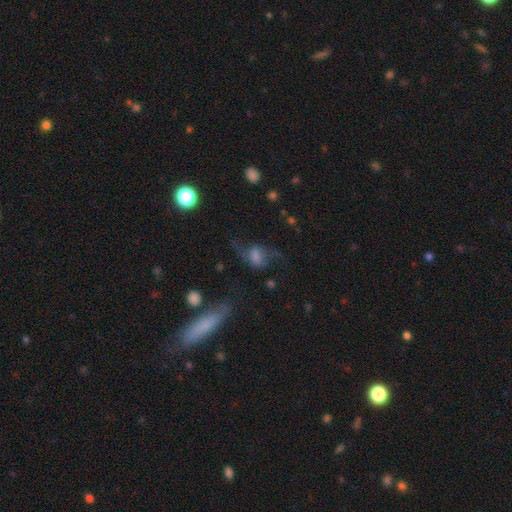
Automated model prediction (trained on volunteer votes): smooth_or_featured: featured or disk (p=0.51) [alt: smooth p=0.33]
disk_edge_on: no (p=0.91) [alt: yes p=0.09]
merging: none (p=0.49) [alt: major disturbance p=0.26]